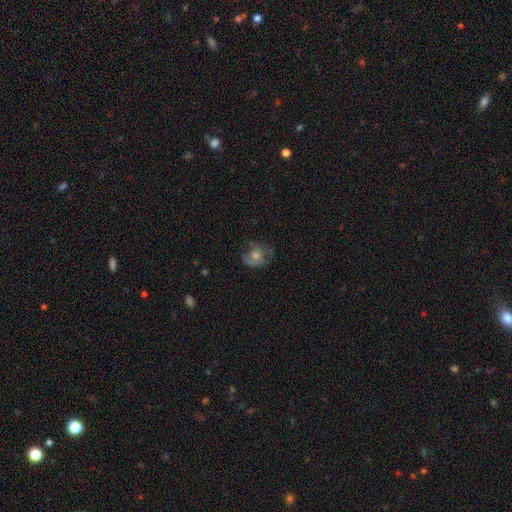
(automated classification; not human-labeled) The model was most divided on "smooth or featured": featured or disk: 49%, smooth: 38%, star or artifact: 14%. More confident: merging — none (59%).